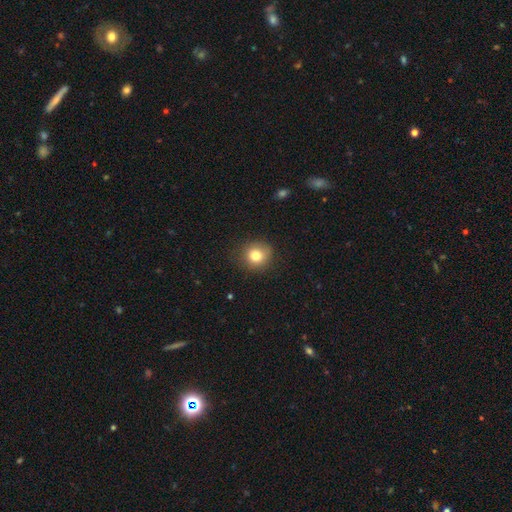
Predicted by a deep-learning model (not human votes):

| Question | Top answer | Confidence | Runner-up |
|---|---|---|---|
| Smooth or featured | smooth | 79% | star or artifact (12%) |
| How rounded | round | 88% | in between (11%) |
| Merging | none | 85% | minor disturbance (11%) |